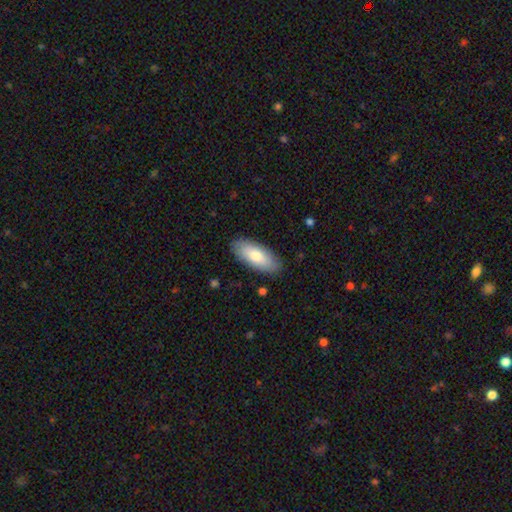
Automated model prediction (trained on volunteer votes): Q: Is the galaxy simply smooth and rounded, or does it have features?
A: smooth — 76%.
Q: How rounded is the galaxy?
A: in between — 82%.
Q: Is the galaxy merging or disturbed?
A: none — 87%.